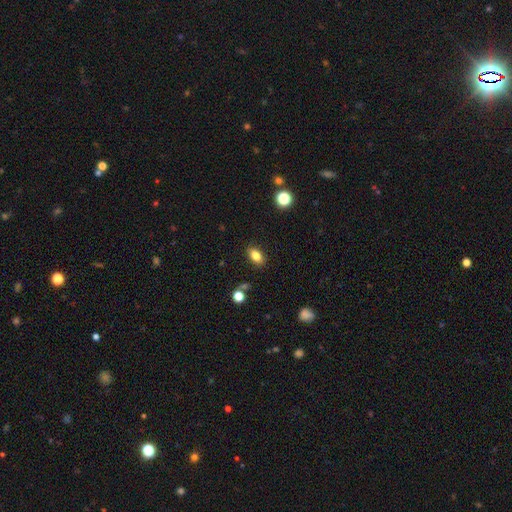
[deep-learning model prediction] Smooth or featured? smooth (80%)
How rounded? in between (85%)
Merging? none (86%)